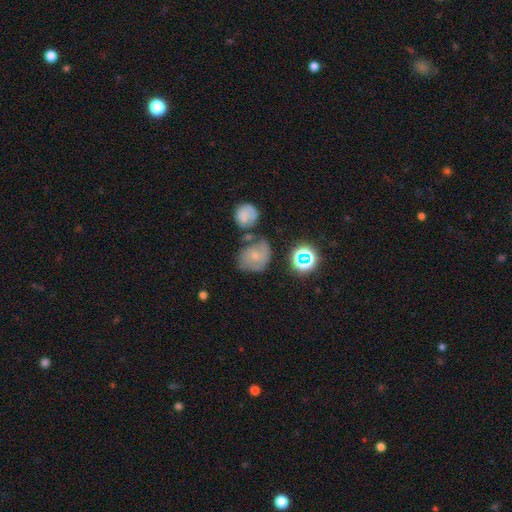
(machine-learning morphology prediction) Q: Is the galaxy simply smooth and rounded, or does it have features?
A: smooth — 46%.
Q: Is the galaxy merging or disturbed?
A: none — 47%.